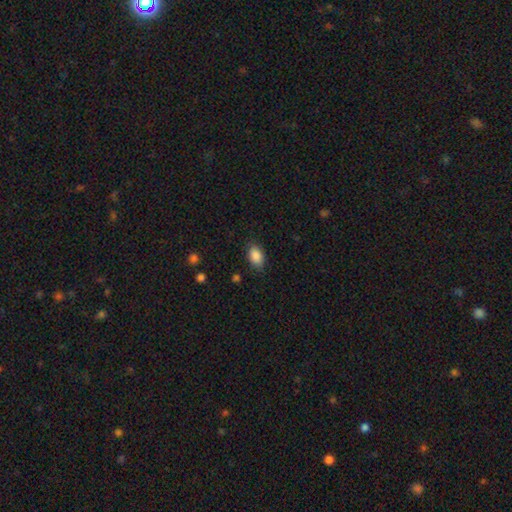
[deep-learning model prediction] Smooth or featured? smooth (88%)
How rounded? in between (88%)
Merging? none (82%)